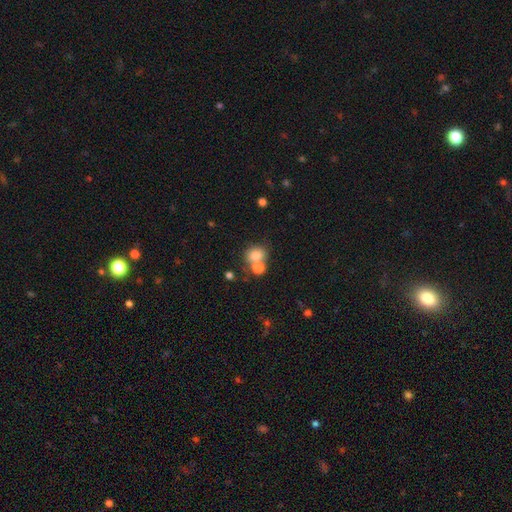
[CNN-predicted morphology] smooth_or_featured: smooth (p=0.78) [alt: star or artifact p=0.12]
how_rounded: round (p=0.60) [alt: in between p=0.39]
merging: none (p=0.44) [alt: merger p=0.40]